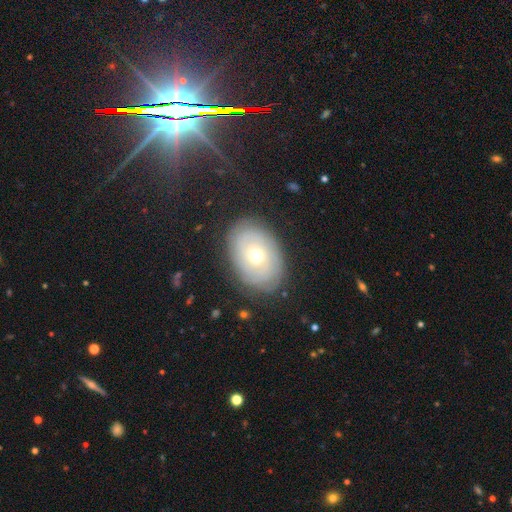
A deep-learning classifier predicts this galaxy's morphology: smooth-or-featured: featured or disk: 59% | smooth: 32% | star or artifact: 10%
  disk-edge-on: no: 94% | yes: 6%
    bar: no: 87% | weak: 10% | strong: 3%
    has-spiral-arms: yes: 68% | no: 32%
    bulge-size: moderate: 54% | small: 42% | large: 2% | dominant: 1% | none: 1%
  merging: none: 83% | minor disturbance: 12% | major disturbance: 4% | merger: 1%